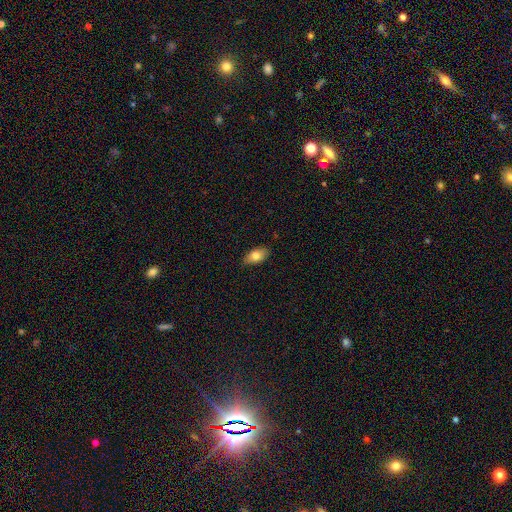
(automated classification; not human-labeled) This appears to be a smooth galaxy with no disk features (78%) that is in between round and cigar-shaped (91%). Merging: none (85%).